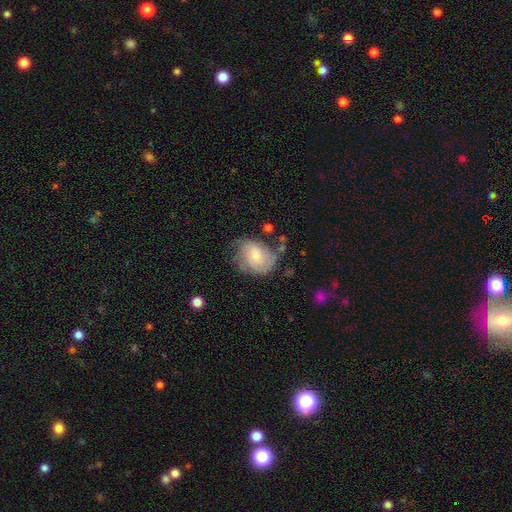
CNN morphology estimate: This appears to be a featured or disk galaxy (49%). Merging: none (45%).